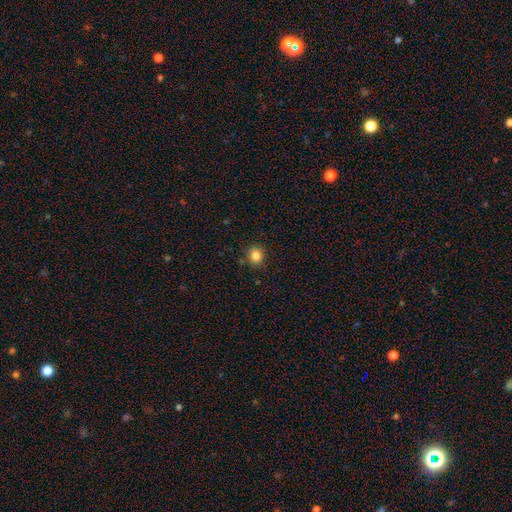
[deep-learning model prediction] Q: Smooth or featured?
A: smooth (83%); runner-up: star or artifact (11%)
Q: How rounded?
A: round (83%); runner-up: in between (16%)
Q: Merging?
A: none (86%); runner-up: minor disturbance (9%)